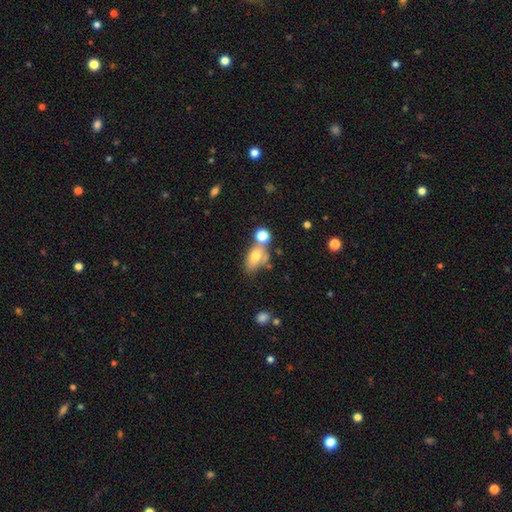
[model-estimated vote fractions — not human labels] Morphology: type=smooth (71%); roundness=in between (82%); merging=none (38%).